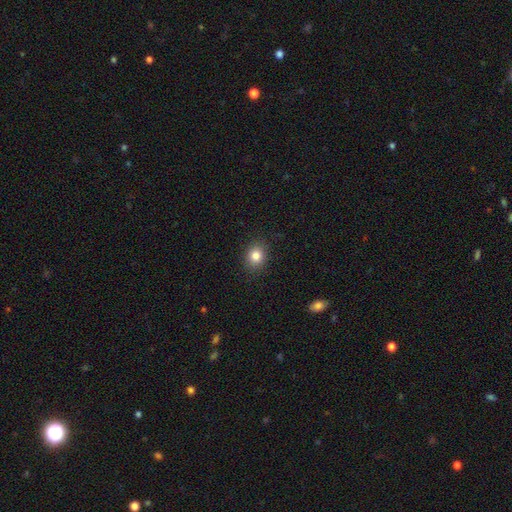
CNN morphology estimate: smooth 83%, star or artifact 11%, featured or disk 7%. Down the decision tree: how rounded — round (62%); merging — none (89%).